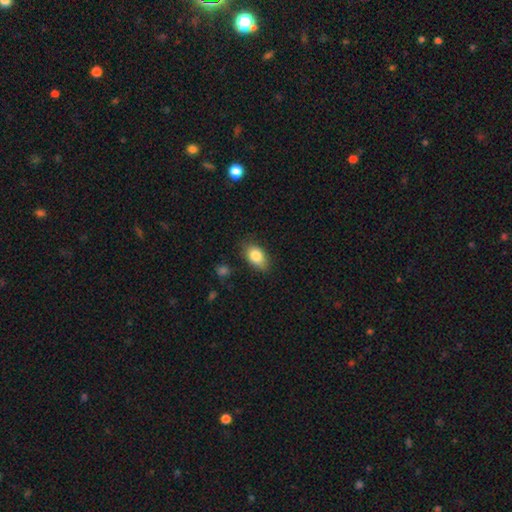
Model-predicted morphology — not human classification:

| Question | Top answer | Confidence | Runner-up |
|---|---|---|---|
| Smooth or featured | smooth | 84% | featured or disk (8%) |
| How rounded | in between | 88% | round (10%) |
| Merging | none | 79% | minor disturbance (16%) |